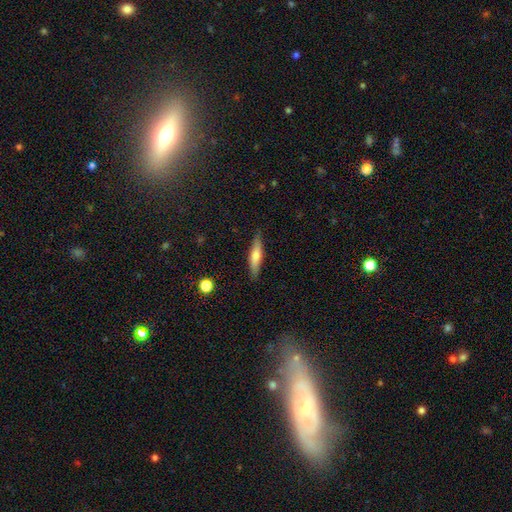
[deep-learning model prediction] Morphology: type=smooth (59%); roundness=cigar-shaped (78%); merging=none (87%).